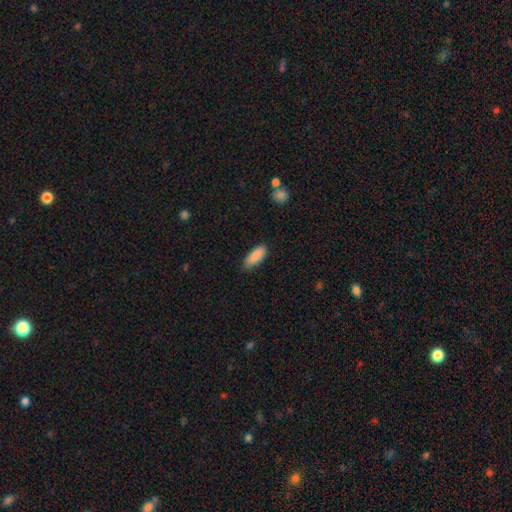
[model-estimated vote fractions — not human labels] Morphology: type=smooth (88%); roundness=in between (72%); merging=none (81%).